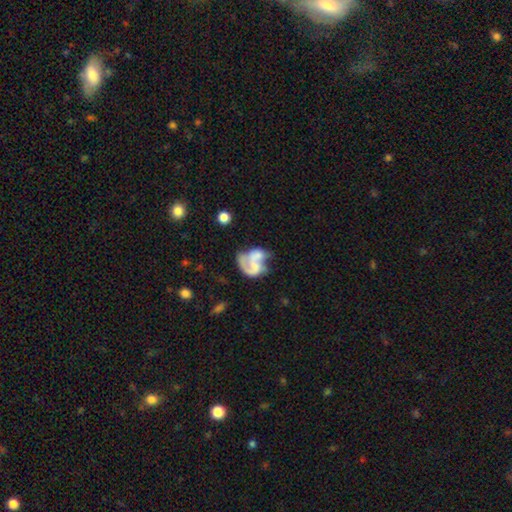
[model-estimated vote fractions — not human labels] A featured or disk galaxy (66%) with no bar (65%), spiral arms (69%) and no central bulge (49%). Merging: merger (32%).